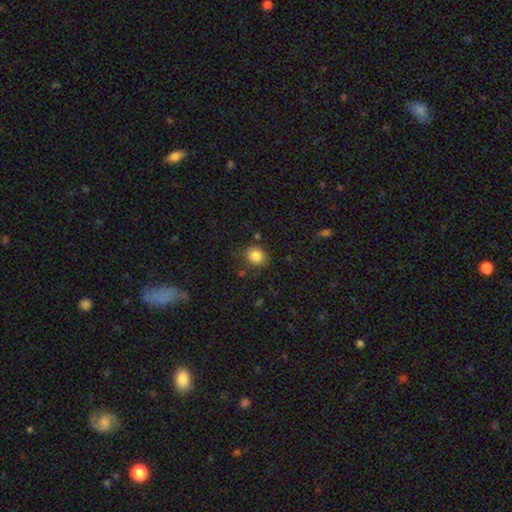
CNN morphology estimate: This appears to be a smooth galaxy with no disk features (85%) that is round (70%). Merging: none (81%).